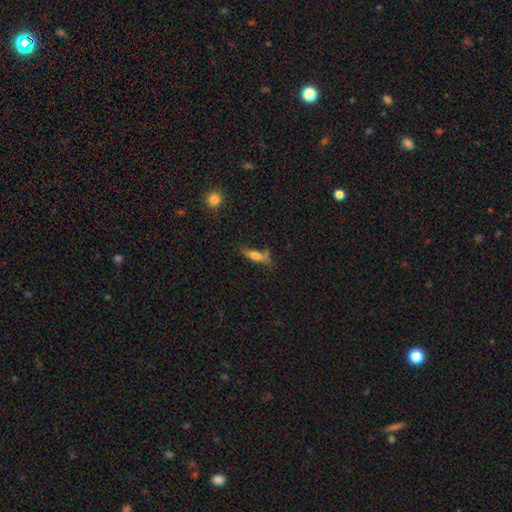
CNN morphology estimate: smooth-or-featured: smooth: 56% | featured or disk: 34% | star or artifact: 10%
  how-rounded: cigar-shaped: 68% | in between: 29% | round: 3%
  merging: none: 49% | minor disturbance: 24% | major disturbance: 14% | merger: 13%